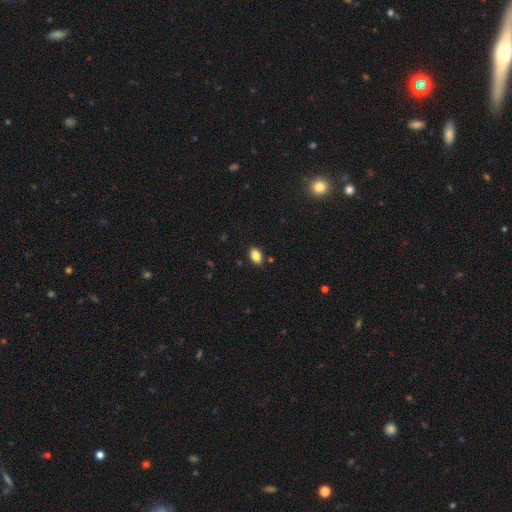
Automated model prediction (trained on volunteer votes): The model was most divided on "merging": none: 86%, minor disturbance: 11%, major disturbance: 2%, merger: 2%. More confident: how rounded — in between (87%); smooth or featured — smooth (85%).